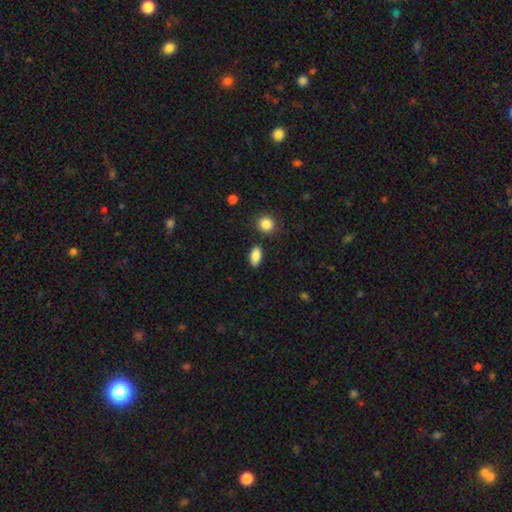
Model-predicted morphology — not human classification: A smooth galaxy with no disk features (87%) that is in between round and cigar-shaped (86%). Merging: none (85%).